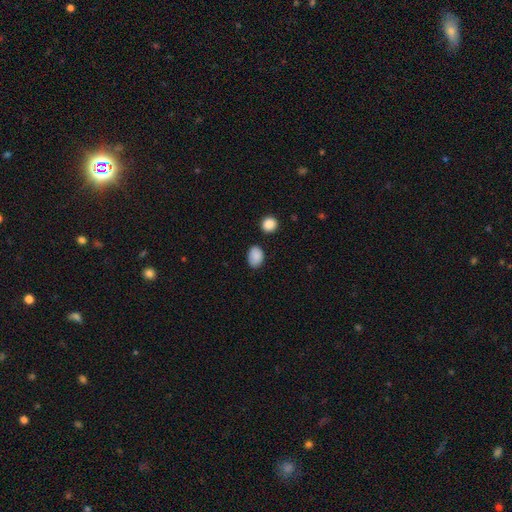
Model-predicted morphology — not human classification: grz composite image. It shows a smooth galaxy with no disk features (88%) that is in between round and cigar-shaped (77%). Merging: none (79%).